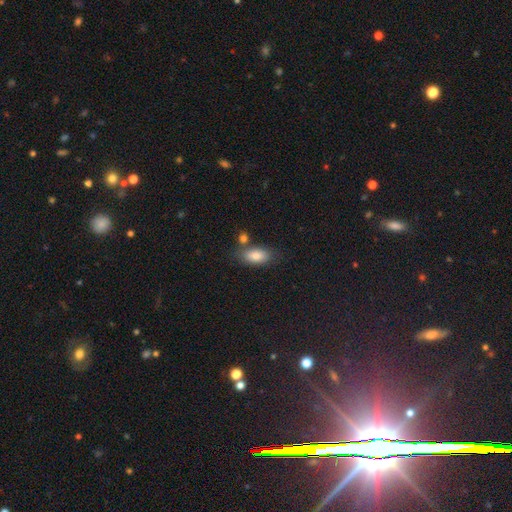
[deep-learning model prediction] Q: Smooth or featured?
A: smooth (84%); runner-up: featured or disk (9%)
Q: How rounded?
A: in between (89%); runner-up: cigar-shaped (7%)
Q: Merging?
A: none (67%); runner-up: merger (15%)